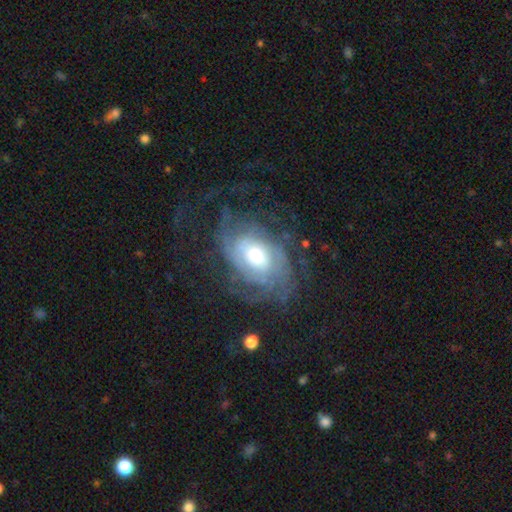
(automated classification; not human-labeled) Smooth or featured: featured or disk — 83% (smooth — 11%)
Edge-on disk: no — 96% (yes — 4%)
Bar: no — 63% (weak — 30%)
Spiral arms: yes — 91% (no — 9%)
Spiral winding: tight — 55% (medium — 31%)
Spiral arm count: can't tell — 44% (2 — 18%)
Bulge size: moderate — 59% (large — 23%)
Merging: none — 60% (major disturbance — 21%)